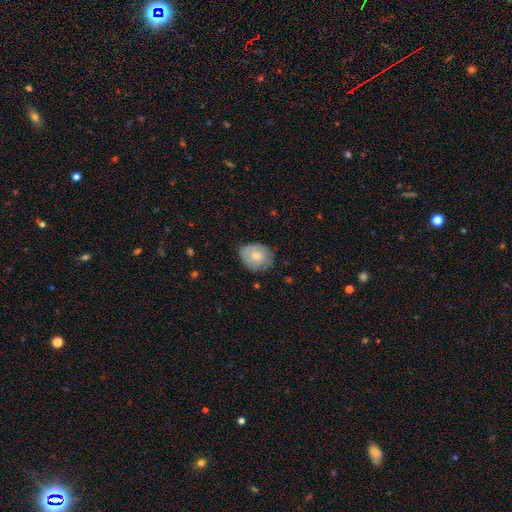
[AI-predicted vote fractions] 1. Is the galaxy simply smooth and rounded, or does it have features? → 69% smooth, 24% featured or disk, 7% star or artifact.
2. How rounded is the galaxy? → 55% round, 44% in between, 1% cigar-shaped.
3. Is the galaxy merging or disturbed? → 71% none, 23% minor disturbance, 4% major disturbance, 1% merger.